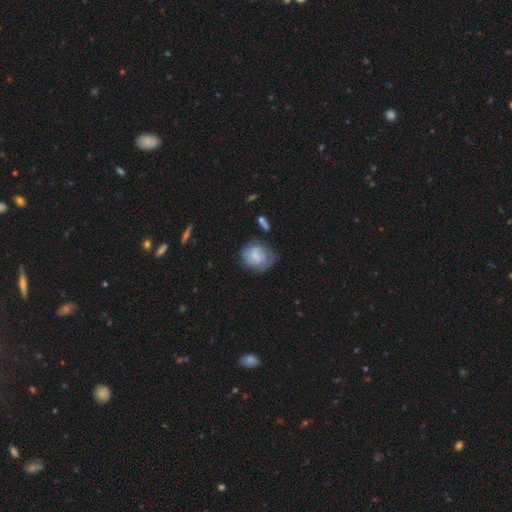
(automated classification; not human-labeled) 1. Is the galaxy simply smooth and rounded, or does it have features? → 57% featured or disk, 36% smooth, 7% star or artifact.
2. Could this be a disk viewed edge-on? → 98% no, 2% yes.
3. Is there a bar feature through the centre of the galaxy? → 50% no, 42% weak, 8% strong.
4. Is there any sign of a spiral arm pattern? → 85% yes, 15% no.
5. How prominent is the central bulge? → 43% small, 29% none, 22% moderate, 5% large, 1% dominant.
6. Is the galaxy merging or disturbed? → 58% none, 25% minor disturbance, 14% major disturbance, 3% merger.